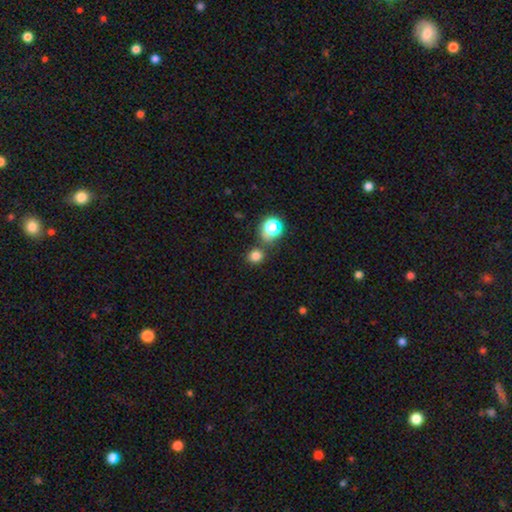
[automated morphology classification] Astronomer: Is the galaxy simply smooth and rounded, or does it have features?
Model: smooth — 76%.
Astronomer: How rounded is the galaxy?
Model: round — 79%.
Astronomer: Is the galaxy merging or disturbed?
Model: none — 73%.